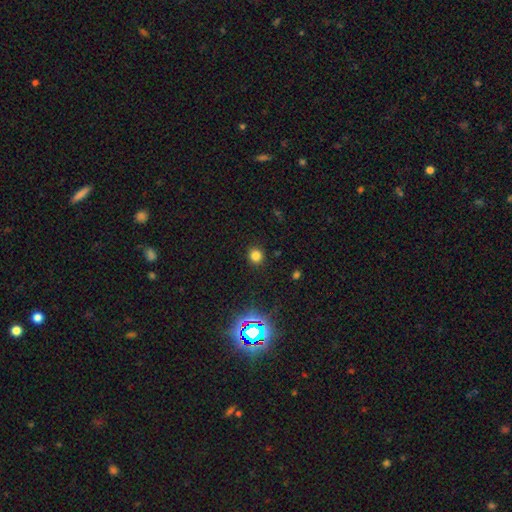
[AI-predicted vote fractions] smooth 76%, star or artifact 19%, featured or disk 5%. Down the decision tree: how rounded — round (91%); merging — none (90%).